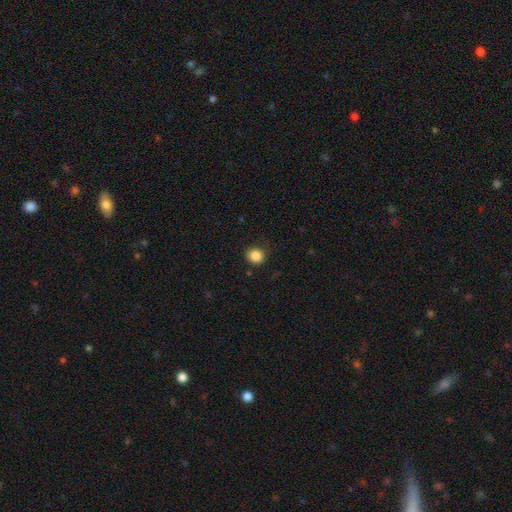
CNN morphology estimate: smooth 86%, star or artifact 10%, featured or disk 3%. Down the decision tree: how rounded — round (81%); merging — none (86%).